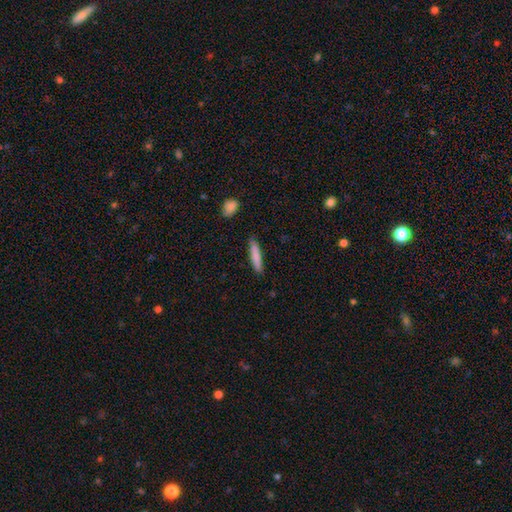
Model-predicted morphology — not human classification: smooth 82%, featured or disk 12%, star or artifact 6%. Down the decision tree: how rounded — cigar-shaped (90%); merging — none (87%).